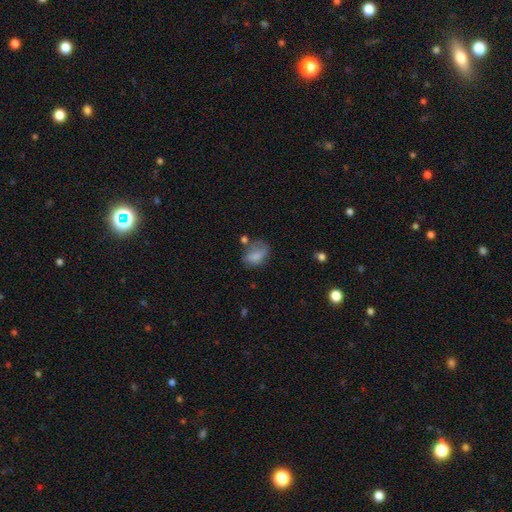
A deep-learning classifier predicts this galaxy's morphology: The model was most divided on "merging": none: 42%, minor disturbance: 31%, major disturbance: 19%, merger: 9%. More confident: how rounded — in between (79%); smooth or featured — smooth (76%).